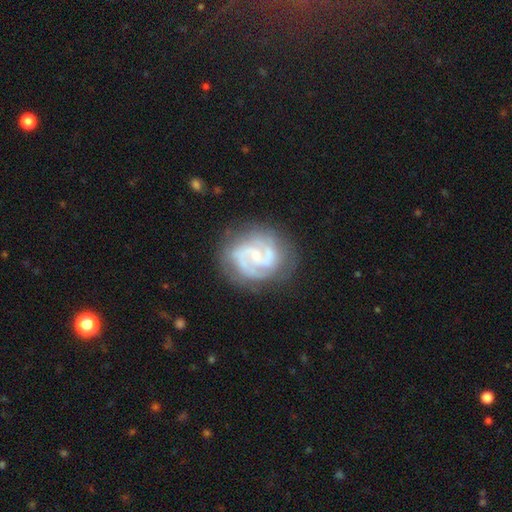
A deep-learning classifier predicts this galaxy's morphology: Smooth or featured?
  - featured or disk: 88% *
  - smooth: 7%
  - star or artifact: 5%
Edge-on disk?
  - no: 98% *
  - yes: 2%
Bar?
  - weak: 44% * (tied)
  - no: 44% * (tied)
  - strong: 12%
Spiral arms?
  - yes: 97% *
  - no: 3%
Spiral winding?
  - medium: 47% *
  - tight: 43%
  - loose: 10%
Spiral arm count?
  - 2: 67% *
  - 3: 16%
  - can't tell: 8%
  - 1: 3%
  - 4: 3%
  - more than 4: 3%
Bulge size?
  - small: 68% *
  - moderate: 24%
  - none: 5%
  - large: 1%
  - dominant: 1%
Merging?
  - none: 77% *
  - minor disturbance: 15%
  - major disturbance: 6%
  - merger: 2%